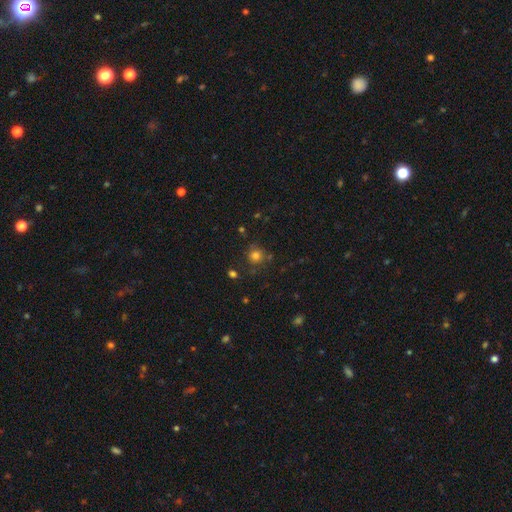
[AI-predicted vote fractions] Morphology: type=smooth (77%); roundness=round (91%); merging=none (78%).